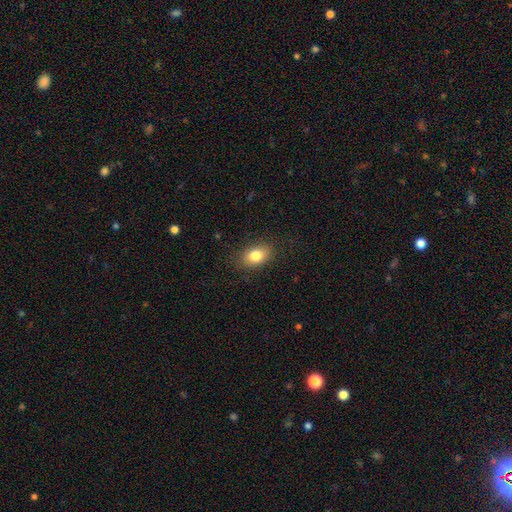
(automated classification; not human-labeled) Q: Smooth or featured?
A: smooth (82%); runner-up: featured or disk (9%)
Q: How rounded?
A: in between (82%); runner-up: round (16%)
Q: Merging?
A: none (85%); runner-up: minor disturbance (11%)